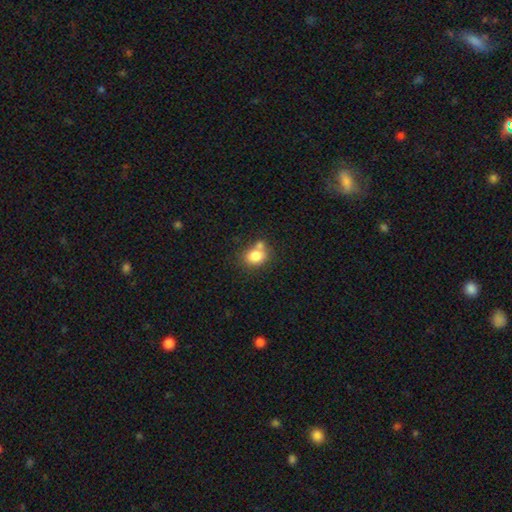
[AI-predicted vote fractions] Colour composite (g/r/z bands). It shows a smooth galaxy with no disk features (80%) that is round (50%). Merging: none (51%).